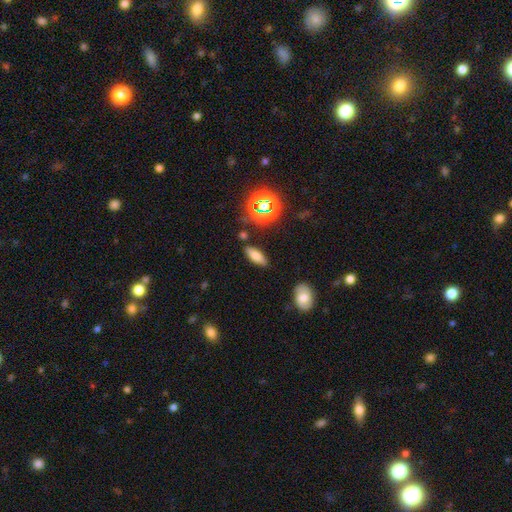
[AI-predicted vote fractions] This is likely a smooth galaxy (69%). How rounded: likely in between (67%). Merging: clearly none (83%).